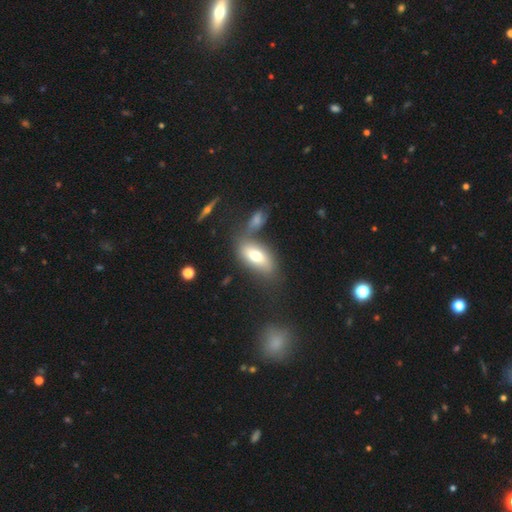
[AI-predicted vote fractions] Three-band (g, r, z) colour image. It shows a smooth galaxy with no disk features (67%) that is in between round and cigar-shaped (86%). Merging: none (56%).